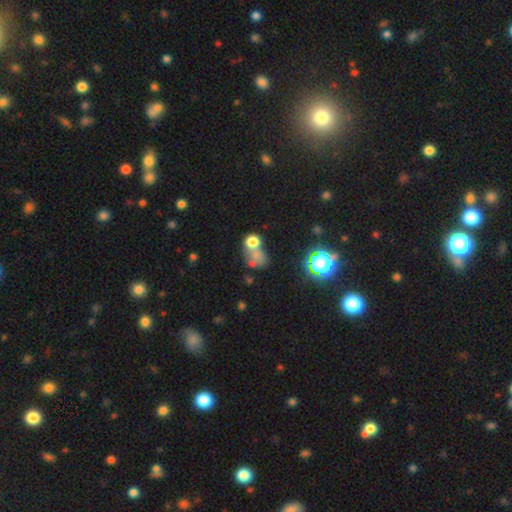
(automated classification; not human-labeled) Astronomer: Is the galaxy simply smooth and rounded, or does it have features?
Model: smooth — 56%.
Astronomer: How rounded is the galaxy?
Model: round — 53% (runner-up: in between, 46%).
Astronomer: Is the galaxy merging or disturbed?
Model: merger — 44% (runner-up: none, 26%).